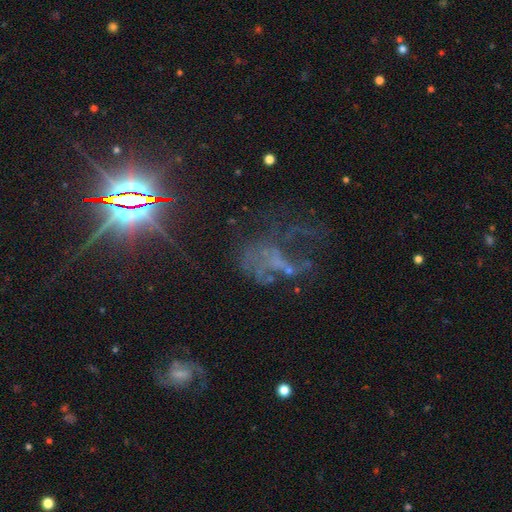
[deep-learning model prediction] Q: Smooth or featured?
A: star or artifact (50%); runner-up: featured or disk (36%)